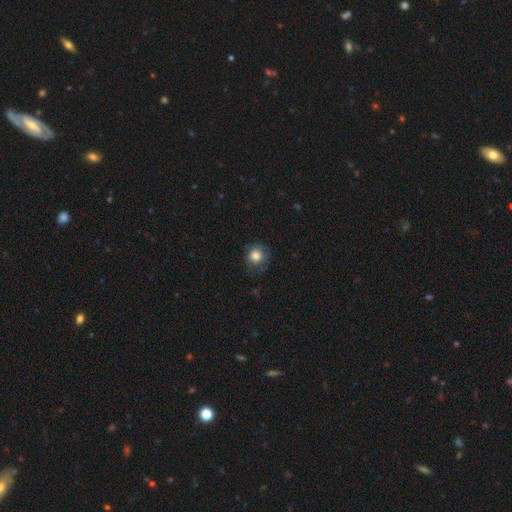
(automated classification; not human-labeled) A smooth galaxy with no disk features (82%) that is round (83%). Merging: none (67%).